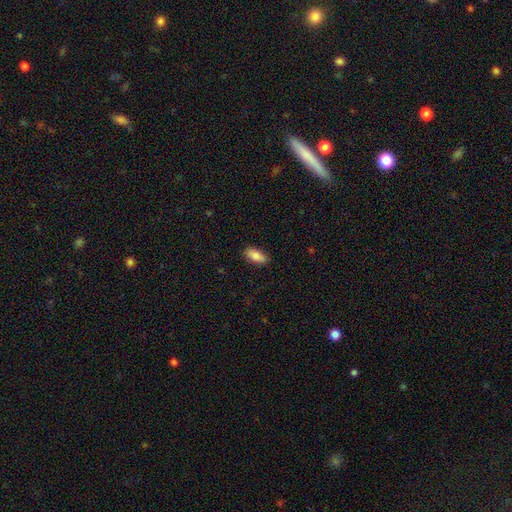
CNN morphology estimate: smooth_or_featured: smooth (p=0.84) [alt: featured or disk p=0.09]
how_rounded: in between (p=0.88) [alt: cigar-shaped p=0.10]
merging: none (p=0.86) [alt: minor disturbance p=0.11]